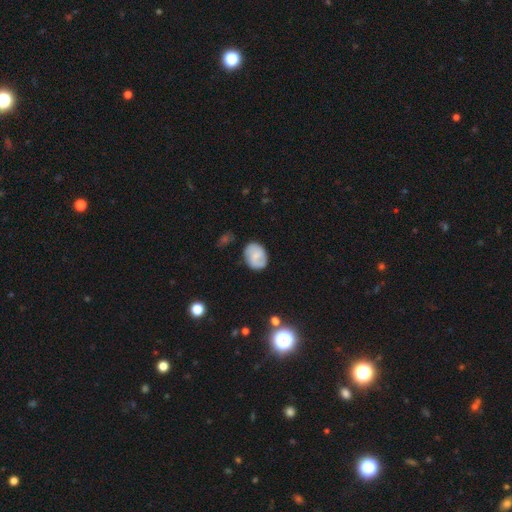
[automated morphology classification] smooth_or_featured: smooth (p=0.60) [alt: featured or disk p=0.33]
how_rounded: in between (p=0.61) [alt: round p=0.38]
merging: none (p=0.76) [alt: minor disturbance p=0.18]